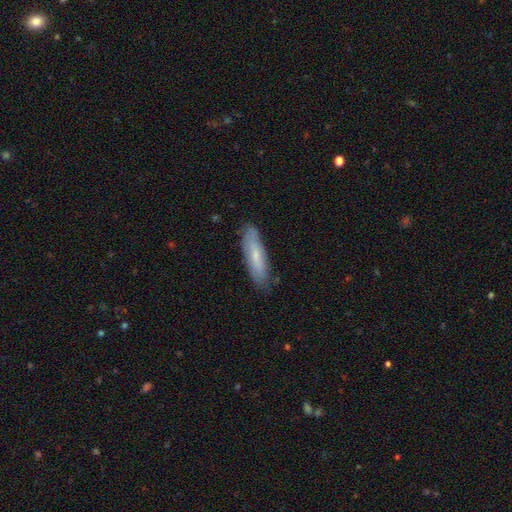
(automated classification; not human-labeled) Smooth or featured? Predicted: smooth (p=0.62). How rounded? Predicted: cigar-shaped (p=0.72). Merging? Predicted: none (p=0.83).